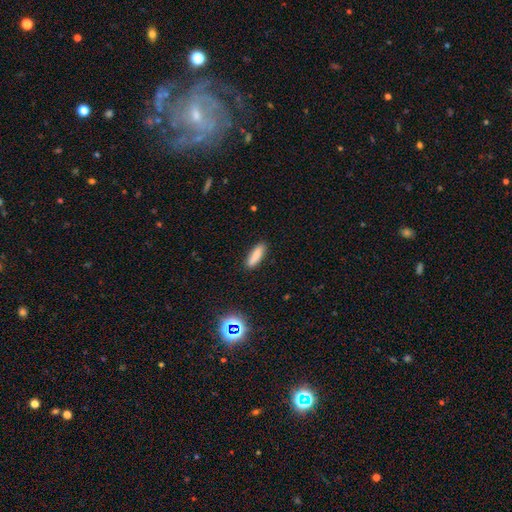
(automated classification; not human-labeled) Smooth or featured? Predicted: smooth (p=0.85). How rounded? Predicted: cigar-shaped (p=0.58). Merging? Predicted: none (p=0.87).